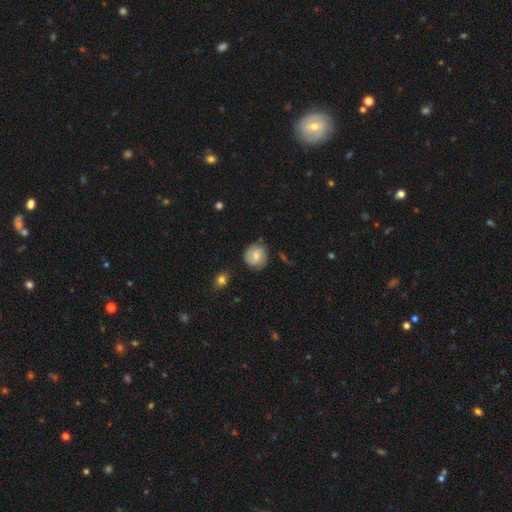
Smooth or featured? featured or disk (72%)
Edge-on disk? no (100%)
Bar? weak (57%)
Spiral arms? yes (93%)
Spiral winding? medium (42%)
Spiral arm count? 2 (92%)
Bulge size? moderate (54%)
Merging? none (85%)